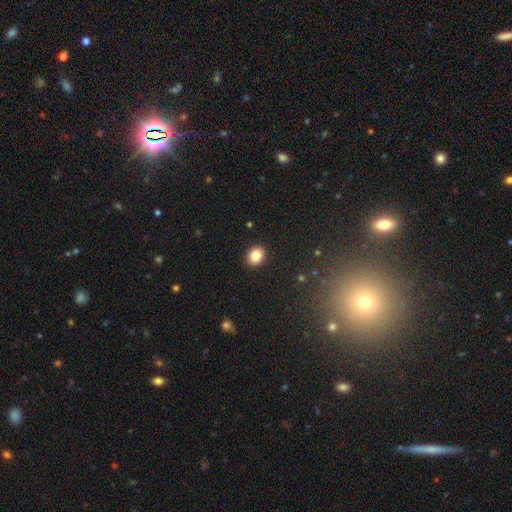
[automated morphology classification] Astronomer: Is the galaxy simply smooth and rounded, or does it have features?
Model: smooth — 84%.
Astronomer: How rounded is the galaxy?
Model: round — 63%.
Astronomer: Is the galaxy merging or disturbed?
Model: none — 91%.